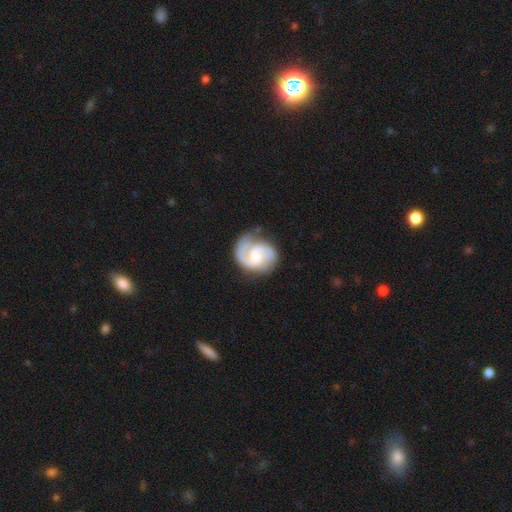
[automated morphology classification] Smooth or featured? featured or disk (83%)
Edge-on disk? no (98%)
Bar? no (51%)
Spiral arms? yes (96%)
Spiral winding? medium (49%)
Spiral arm count? 2 (80%)
Bulge size? moderate (49%)
Merging? none (65%)